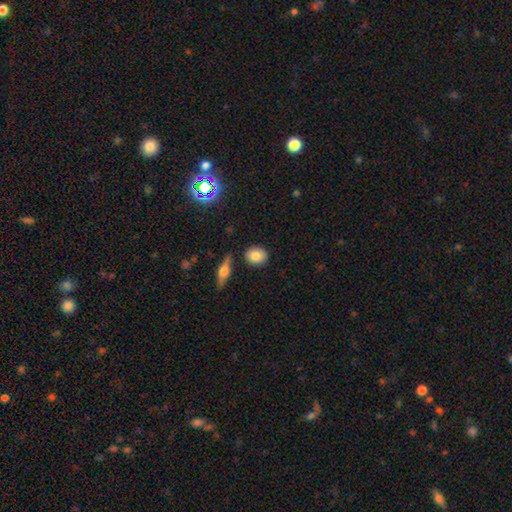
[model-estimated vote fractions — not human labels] Morphology: type=smooth (80%); roundness=round (59%); merging=none (85%).